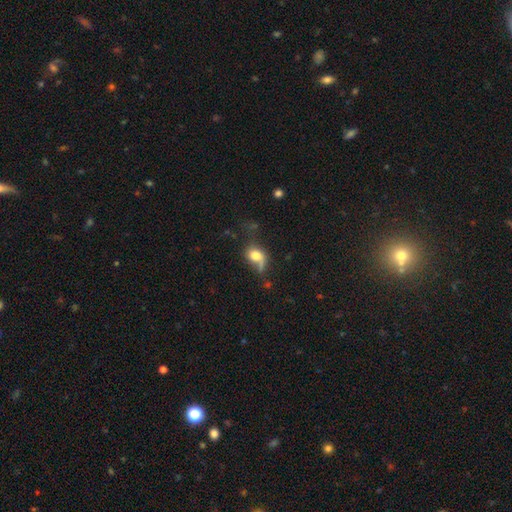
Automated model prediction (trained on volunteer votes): This is likely a smooth galaxy (67%). How rounded: possibly in between (54%). Merging: marginally none (36%).